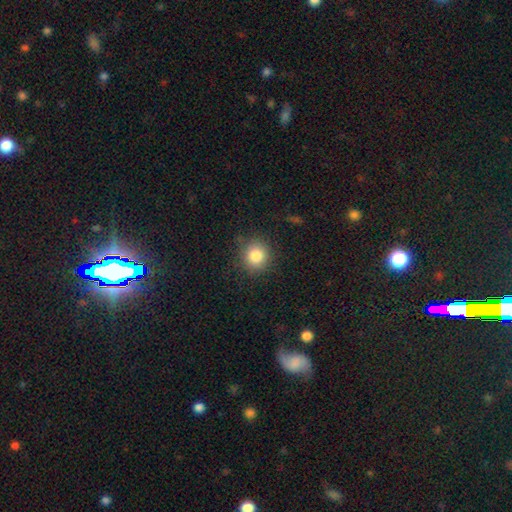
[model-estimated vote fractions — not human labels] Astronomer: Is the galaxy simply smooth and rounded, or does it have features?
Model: smooth — 83%.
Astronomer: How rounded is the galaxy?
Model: round — 86%.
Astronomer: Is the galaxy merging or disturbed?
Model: none — 86%.